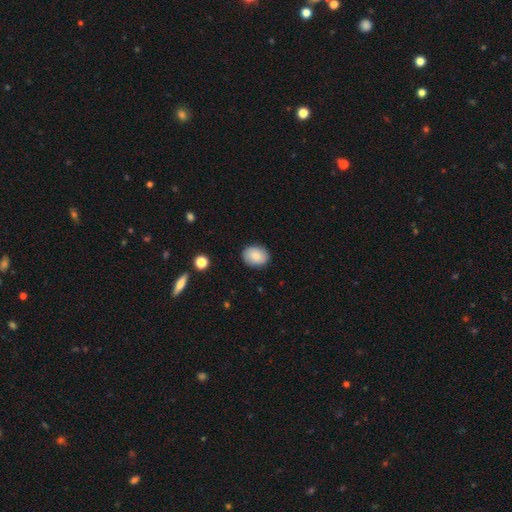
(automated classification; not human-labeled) smooth_or_featured: smooth (p=0.83) [alt: featured or disk p=0.10]
how_rounded: in between (p=0.54) [alt: round p=0.45]
merging: none (p=0.88) [alt: minor disturbance p=0.09]